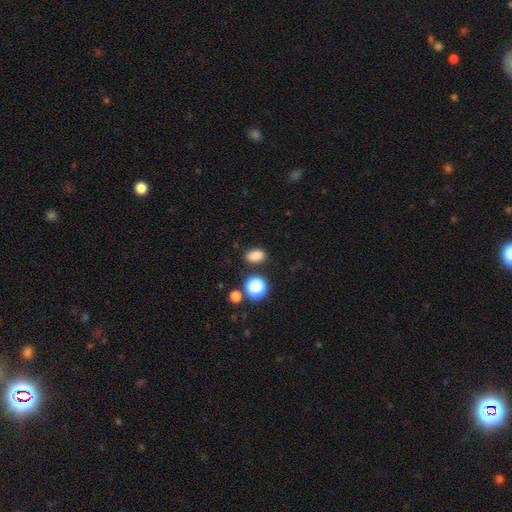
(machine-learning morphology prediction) Smooth or featured? smooth (82%)
How rounded? in between (77%)
Merging? none (82%)